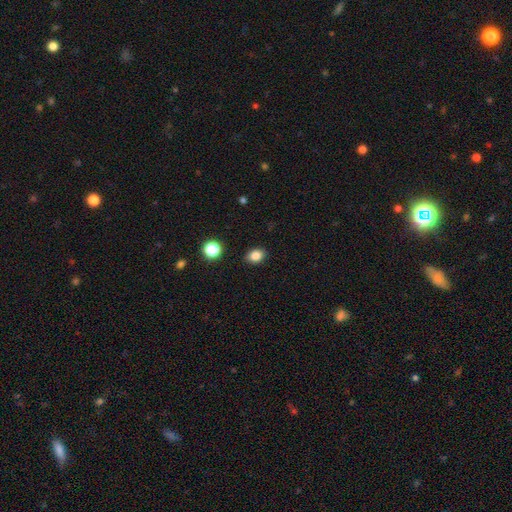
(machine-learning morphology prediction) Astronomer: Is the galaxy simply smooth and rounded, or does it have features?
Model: smooth — 84%.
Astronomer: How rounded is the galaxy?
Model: in between — 58% (runner-up: round, 41%).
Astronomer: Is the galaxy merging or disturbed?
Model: none — 89%.